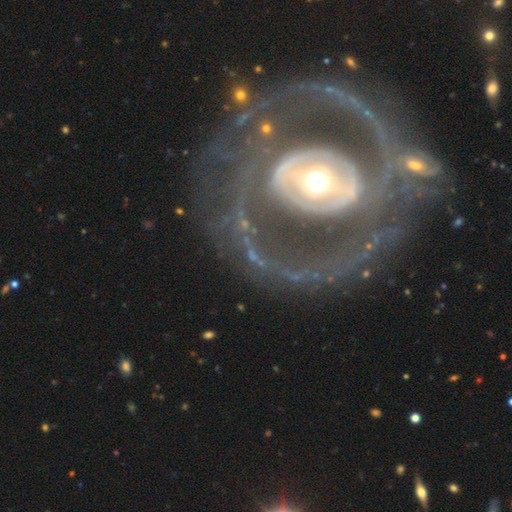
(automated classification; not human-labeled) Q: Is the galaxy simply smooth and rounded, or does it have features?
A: featured or disk — 84%.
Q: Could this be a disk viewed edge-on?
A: no — 96%.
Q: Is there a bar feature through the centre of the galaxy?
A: no — 49%.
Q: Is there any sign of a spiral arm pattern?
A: yes — 72%.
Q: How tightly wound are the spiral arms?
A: tight — 45%.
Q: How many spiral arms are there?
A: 2 — 59%.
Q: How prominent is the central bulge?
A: moderate — 60%.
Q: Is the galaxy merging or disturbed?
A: none — 69%.